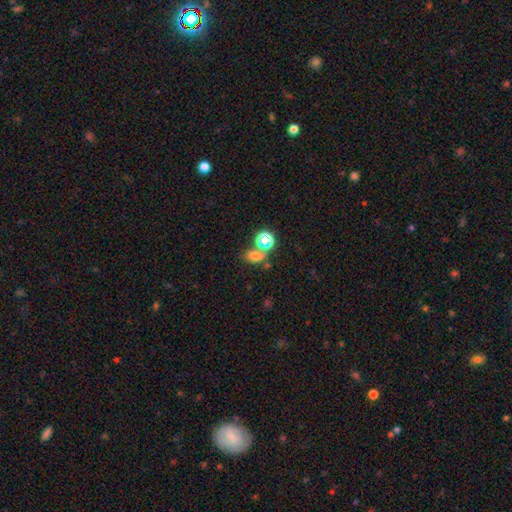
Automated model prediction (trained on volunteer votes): smooth 63%, star or artifact 28%, featured or disk 9%. Down the decision tree: how rounded — in between (67%); merging — none (56%).